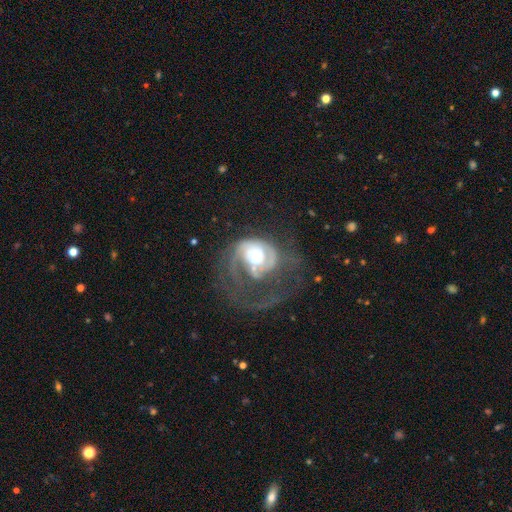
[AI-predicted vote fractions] This appears to be a featured or disk galaxy (82%) with no bar (73%), 2 (31%) tight (41%) spiral arms (89%) and a moderate central bulge (45%). Merging: major disturbance (51%).